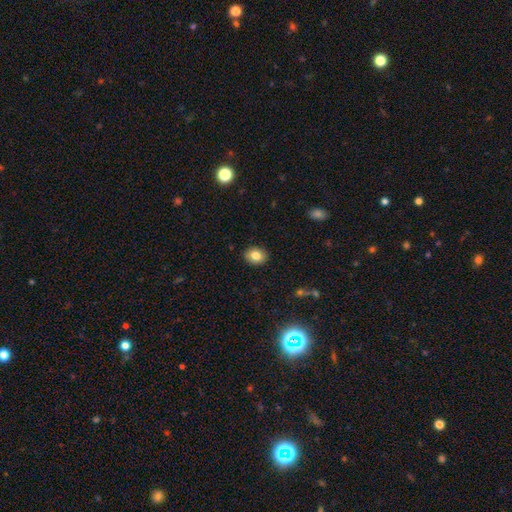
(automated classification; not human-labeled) Smooth or featured?
  - smooth: 82% *
  - star or artifact: 10%
  - featured or disk: 9%
How rounded?
  - round: 50% *
  - in between: 49%
  - cigar-shaped: 1%
Merging?
  - none: 90% *
  - minor disturbance: 7%
  - major disturbance: 2%
  - merger: 1%